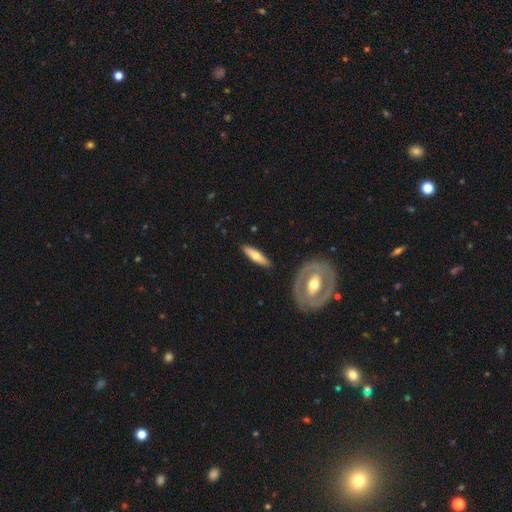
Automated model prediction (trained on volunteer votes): Smooth or featured? smooth (52%)
How rounded? cigar-shaped (66%)
Merging? none (87%)